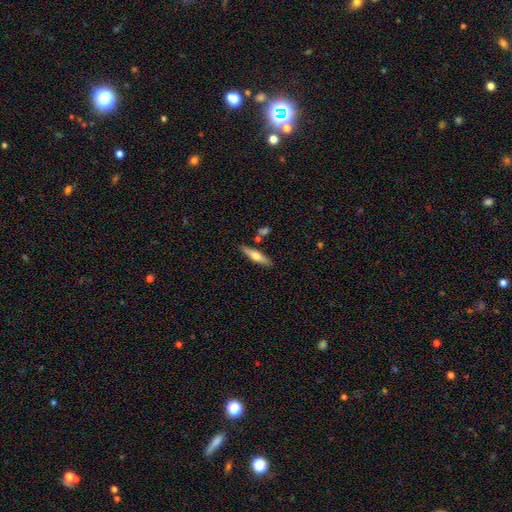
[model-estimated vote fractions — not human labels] This is possibly a smooth galaxy (53%). How rounded: likely cigar-shaped (78%). Merging: clearly none (81%).